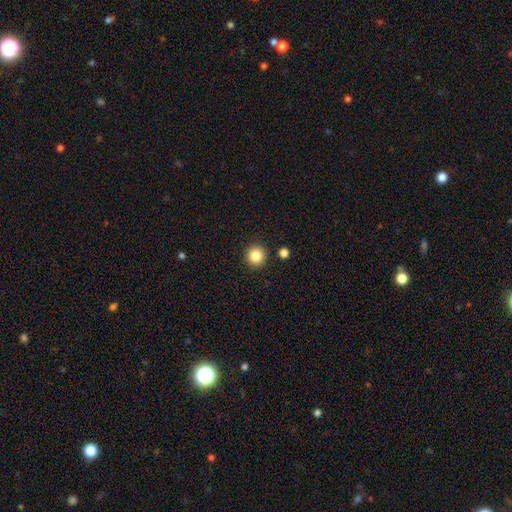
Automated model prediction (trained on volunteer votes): Overall: smooth (84%). How rounded: round (94%). Merging: none (91%).